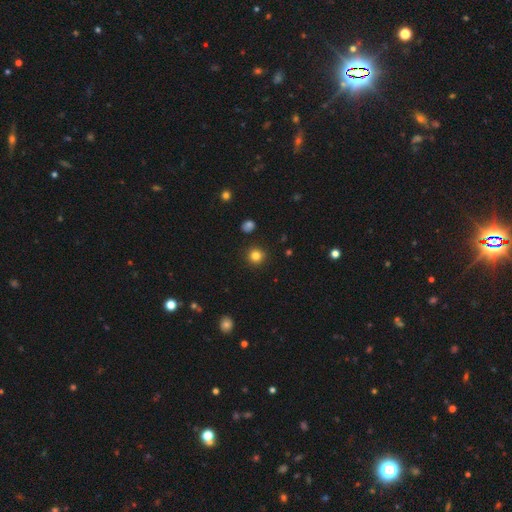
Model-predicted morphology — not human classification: smooth-or-featured: smooth: 82% | star or artifact: 12% | featured or disk: 5%
  how-rounded: round: 93% | in between: 6% | cigar-shaped: 1%
  merging: none: 91% | minor disturbance: 6% | major disturbance: 2% | merger: 2%